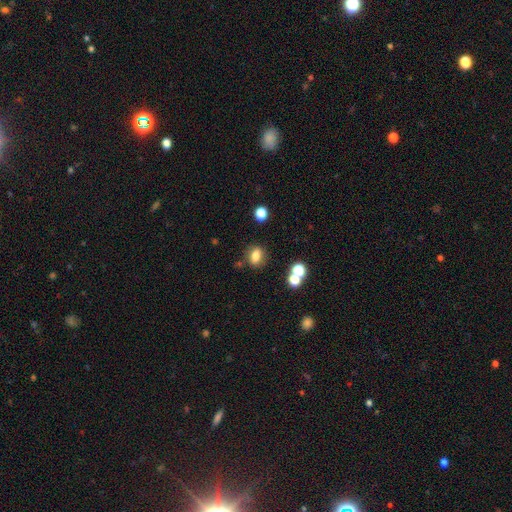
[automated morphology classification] smooth 79%, star or artifact 12%, featured or disk 10%. Down the decision tree: how rounded — in between (68%); merging — none (78%).